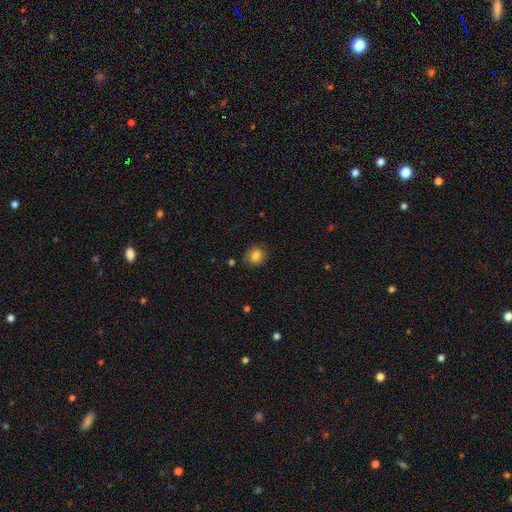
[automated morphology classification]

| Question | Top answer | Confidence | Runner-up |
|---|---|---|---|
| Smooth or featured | smooth | 83% | star or artifact (10%) |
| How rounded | round | 82% | in between (17%) |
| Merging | none | 86% | minor disturbance (10%) |